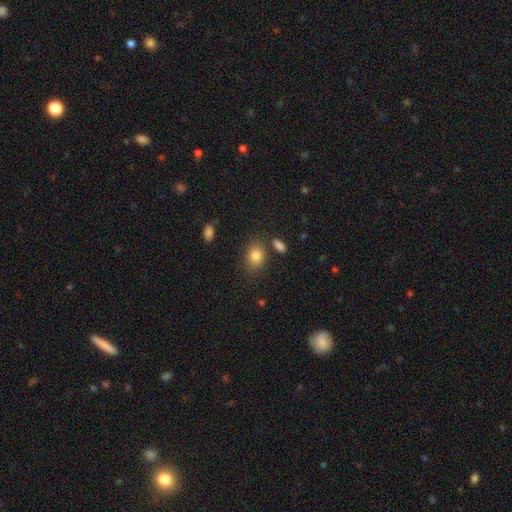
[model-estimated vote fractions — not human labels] Morphology: type=smooth (84%); roundness=in between (73%); merging=none (77%).